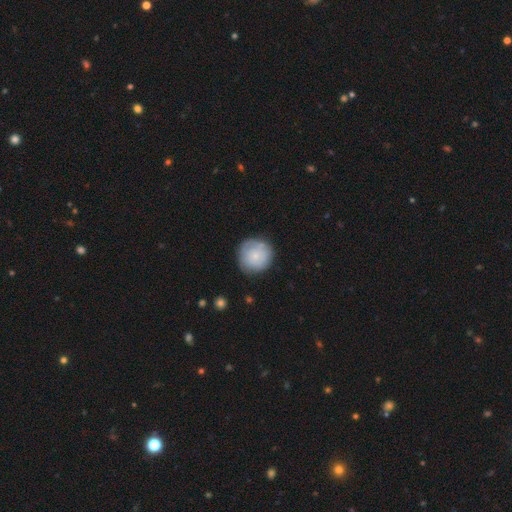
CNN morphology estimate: This is likely a smooth galaxy (66%). How rounded: clearly round (93%). Merging: likely none (75%).